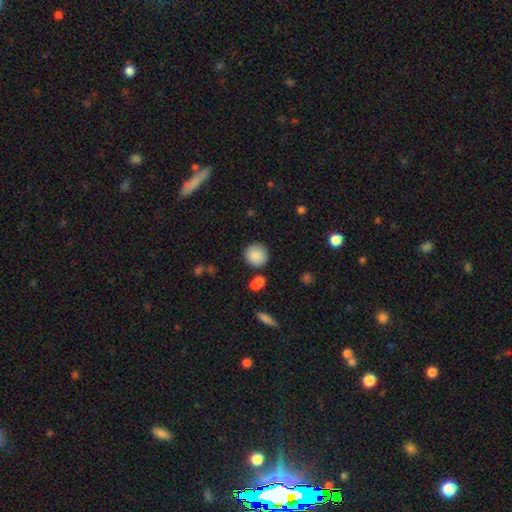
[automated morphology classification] A smooth galaxy with no disk features (86%) that is round (93%).

Vote fractions:
- Smooth or featured? smooth: 86% / star or artifact: 8% / featured or disk: 5%
- How rounded? round: 93% / in between: 6% / cigar-shaped: 1%
- Merging? none: 83% / minor disturbance: 9% / merger: 6% / major disturbance: 3%